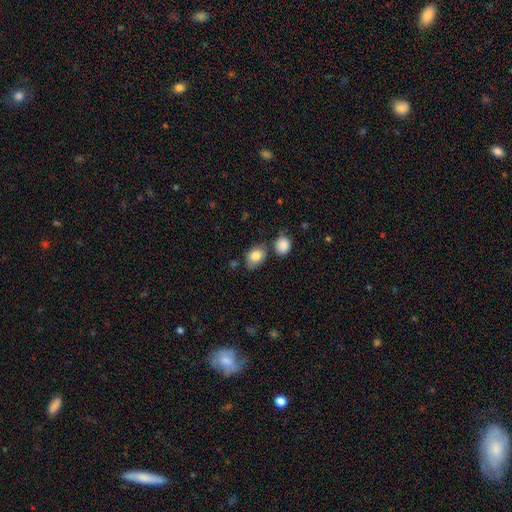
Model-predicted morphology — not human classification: Smooth or featured: smooth — 82% (featured or disk — 10%)
How rounded: in between — 68% (round — 30%)
Merging: none — 62% (minor disturbance — 21%)